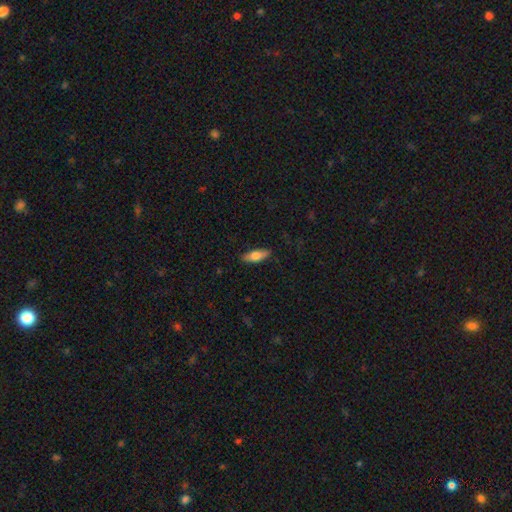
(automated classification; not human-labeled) Smooth or featured? Predicted: smooth (p=0.72). How rounded? Predicted: in between (p=0.67). Merging? Predicted: none (p=0.87).